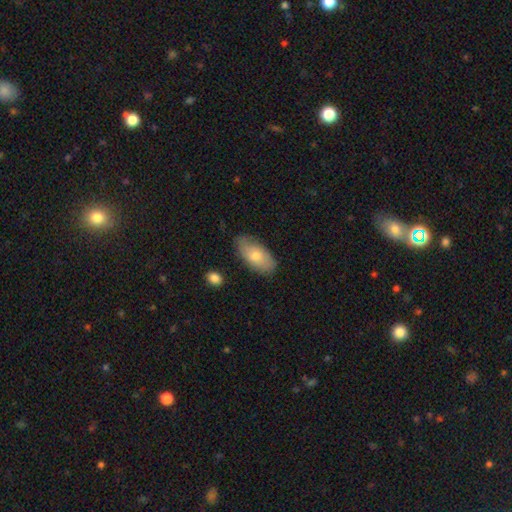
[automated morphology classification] Smooth or featured?
  - smooth: 70% *
  - featured or disk: 23%
  - star or artifact: 6%
How rounded?
  - in between: 92% *
  - cigar-shaped: 5%
  - round: 3%
Merging?
  - none: 78% *
  - minor disturbance: 17%
  - major disturbance: 3%
  - merger: 2%